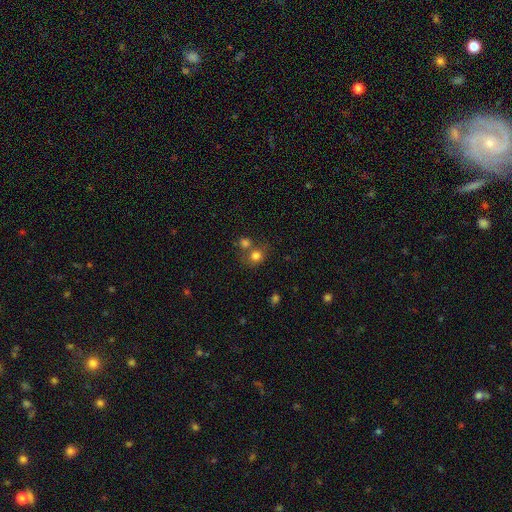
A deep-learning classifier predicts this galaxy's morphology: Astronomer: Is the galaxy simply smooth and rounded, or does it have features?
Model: smooth — 78%.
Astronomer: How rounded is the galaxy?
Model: round — 81%.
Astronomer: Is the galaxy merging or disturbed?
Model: none — 52% (runner-up: merger, 32%).